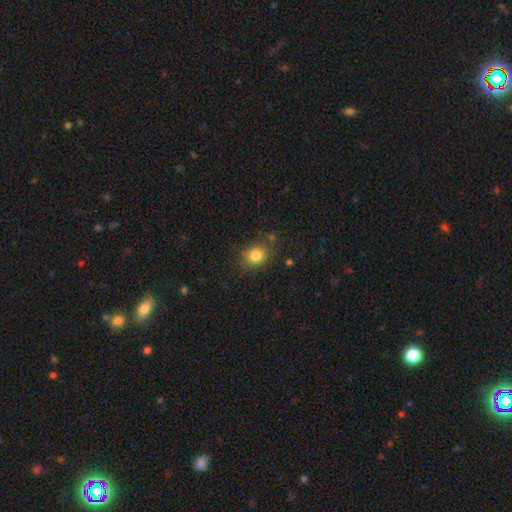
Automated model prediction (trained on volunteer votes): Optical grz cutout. It shows a smooth galaxy with no disk features (83%) that is round (68%). Merging: none (79%).